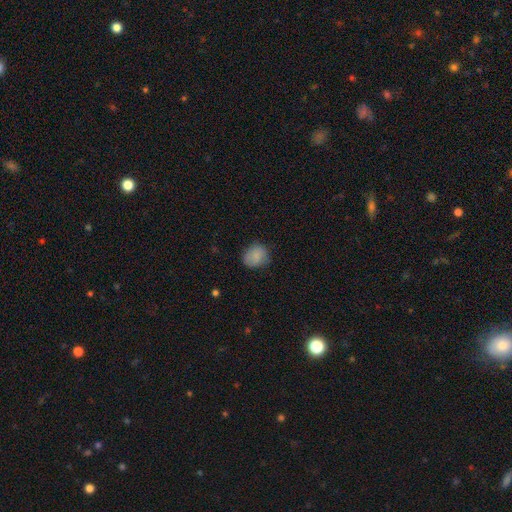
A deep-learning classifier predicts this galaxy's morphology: This is clearly a smooth galaxy (83%). How rounded: likely round (70%). Merging: likely none (74%).